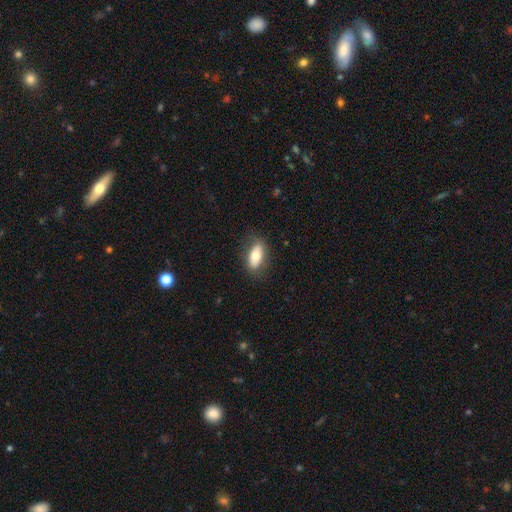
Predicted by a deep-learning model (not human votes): Smooth or featured? Predicted: smooth (p=0.68). How rounded? Predicted: in between (p=0.85). Merging? Predicted: none (p=0.81).